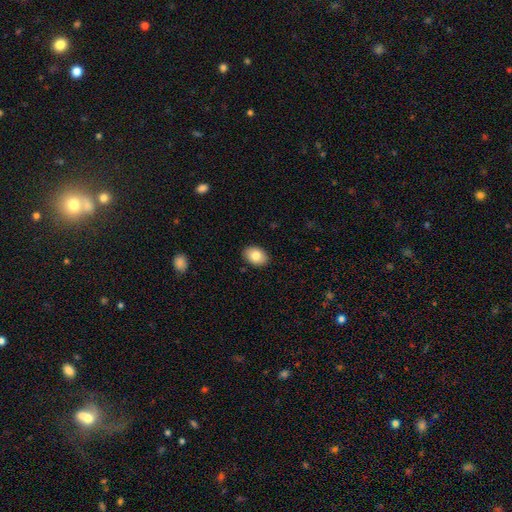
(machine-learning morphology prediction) The model was most divided on "how rounded": in between: 81%, round: 18%, cigar-shaped: 1%. More confident: merging — none (89%); smooth or featured — smooth (82%).